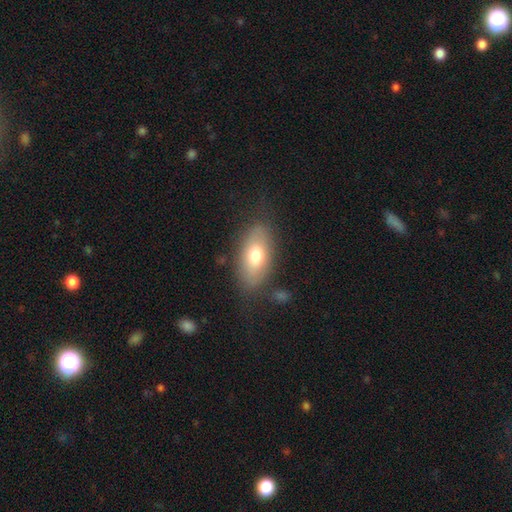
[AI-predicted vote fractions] Overall: smooth (70%). How rounded: in between (90%). Merging: none (76%).